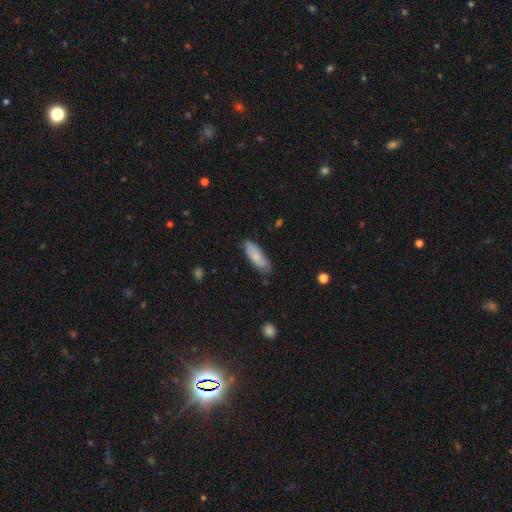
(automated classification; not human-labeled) Morphology: type=smooth (78%); roundness=in between (62%); merging=none (77%).